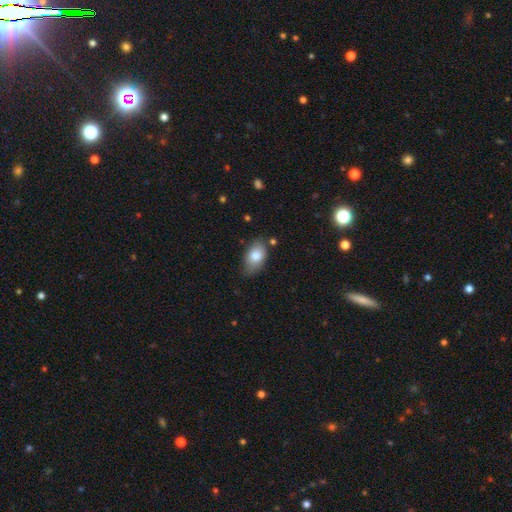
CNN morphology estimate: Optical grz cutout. It shows a smooth galaxy with no disk features (80%) that is in between round and cigar-shaped (90%). Merging: none (72%).